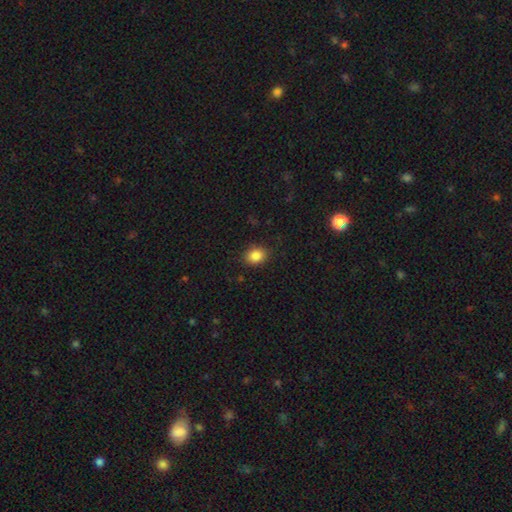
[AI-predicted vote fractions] This appears to be a smooth galaxy with no disk features (86%) that is in between round and cigar-shaped (52%). Merging: none (86%).